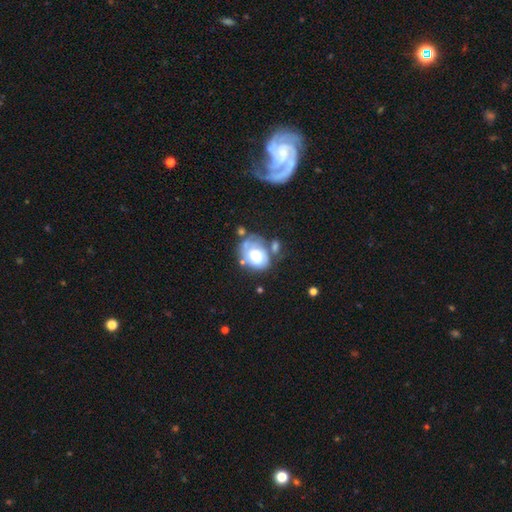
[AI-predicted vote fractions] smooth-or-featured: featured or disk: 49% | smooth: 44% | star or artifact: 8%
  merging: none: 39% | minor disturbance: 25% | merger: 19% | major disturbance: 17%